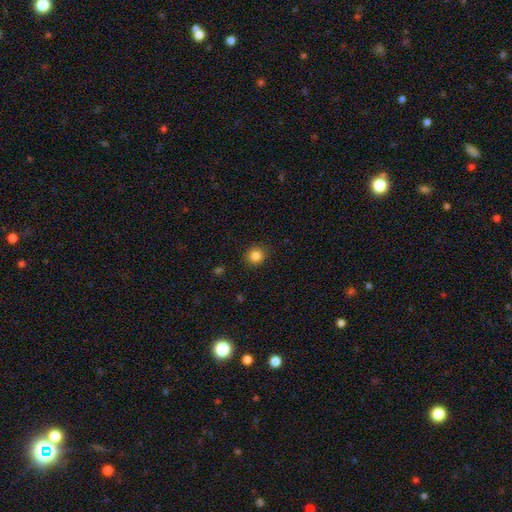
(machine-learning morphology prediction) smooth_or_featured: smooth (p=0.85) [alt: star or artifact p=0.11]
how_rounded: round (p=0.89) [alt: in between p=0.10]
merging: none (p=0.90) [alt: minor disturbance p=0.07]